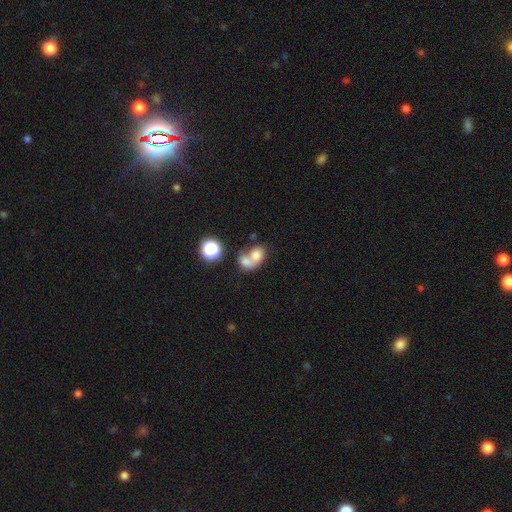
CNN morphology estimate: A smooth galaxy with no disk features (71%) that is in between round and cigar-shaped (54%). Merging: merger (71%).